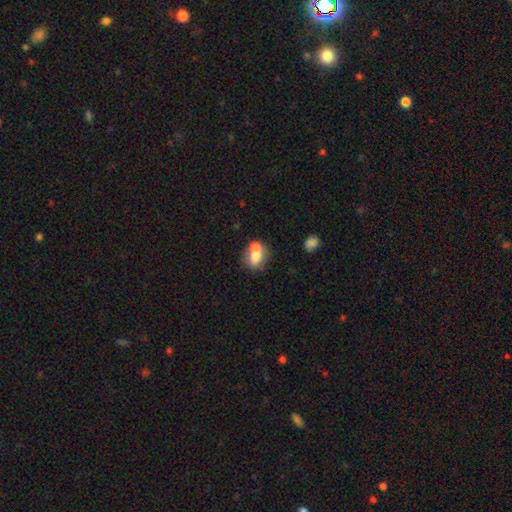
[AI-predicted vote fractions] Smooth or featured?
  - smooth: 71% *
  - featured or disk: 19%
  - star or artifact: 9%
How rounded?
  - in between: 61% *
  - round: 38%
  - cigar-shaped: 2%
Merging?
  - merger: 53% *
  - none: 32%
  - minor disturbance: 10%
  - major disturbance: 5%